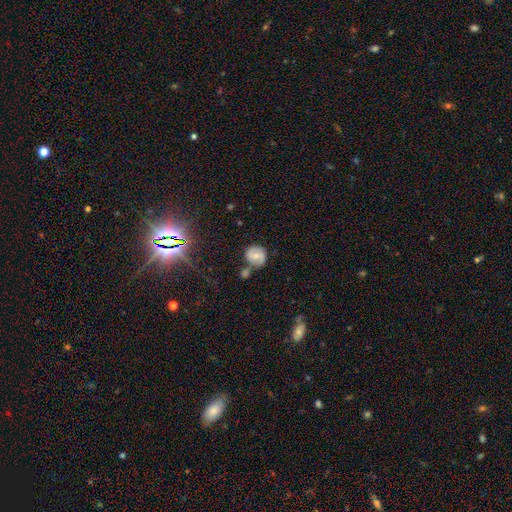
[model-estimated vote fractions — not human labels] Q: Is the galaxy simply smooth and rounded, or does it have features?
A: smooth — 50%.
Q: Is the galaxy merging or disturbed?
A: none — 59%.